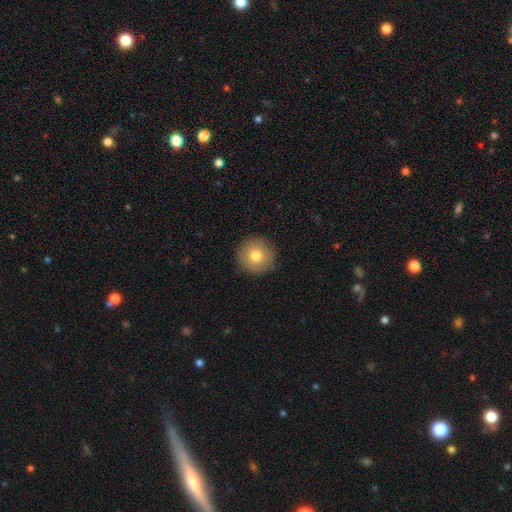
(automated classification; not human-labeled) This appears to be a smooth galaxy with no disk features (78%) that is round (96%). Merging: none (90%).